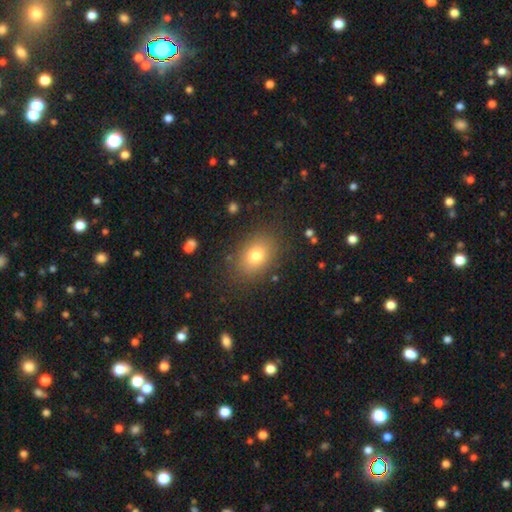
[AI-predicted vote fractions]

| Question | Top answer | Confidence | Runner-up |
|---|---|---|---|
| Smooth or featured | smooth | 78% | star or artifact (11%) |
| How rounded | in between | 73% | round (26%) |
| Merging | none | 85% | minor disturbance (10%) |